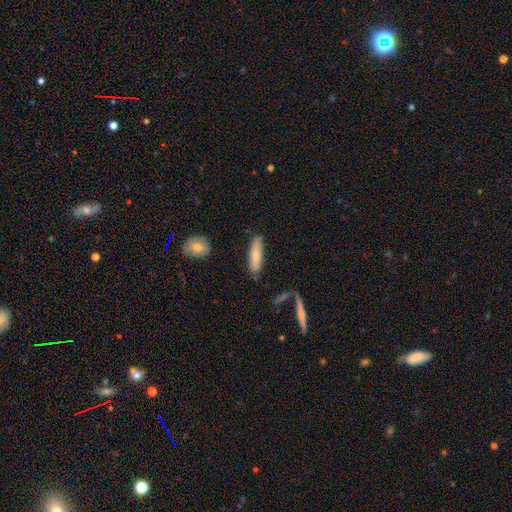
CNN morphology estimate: type=smooth (75%); roundness=cigar-shaped (64%); merging=none (79%).